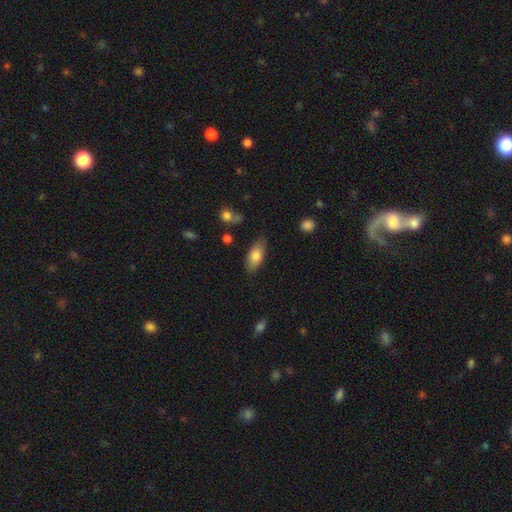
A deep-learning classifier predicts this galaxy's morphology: Smooth or featured: smooth — 79% (featured or disk — 15%)
How rounded: in between — 87% (cigar-shaped — 10%)
Merging: none — 79% (minor disturbance — 16%)